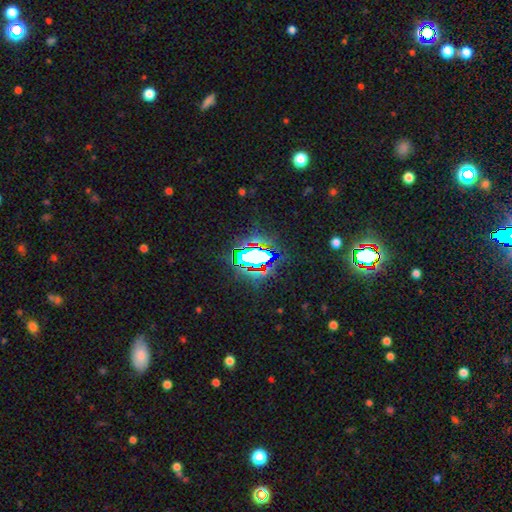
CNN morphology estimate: Smooth or featured? Predicted: star or artifact (p=0.70).